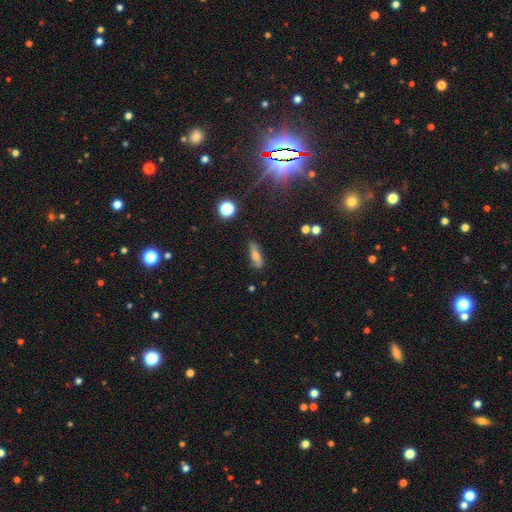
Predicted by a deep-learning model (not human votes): Smooth or featured? Predicted: smooth (p=0.62). How rounded? Predicted: cigar-shaped (p=0.55). Merging? Predicted: none (p=0.79).